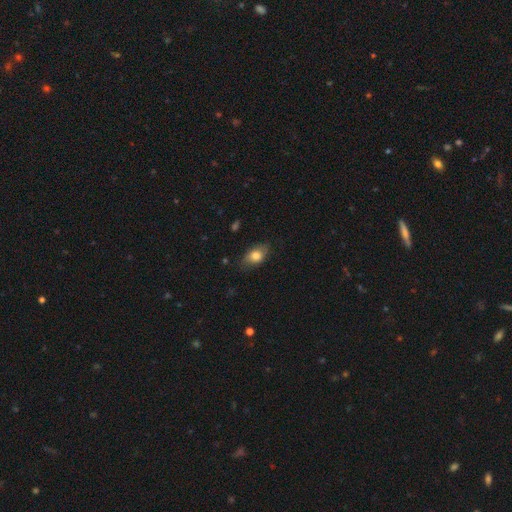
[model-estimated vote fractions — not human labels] Smooth or featured: smooth — 79% (featured or disk — 13%)
How rounded: in between — 85% (round — 12%)
Merging: none — 76% (minor disturbance — 19%)